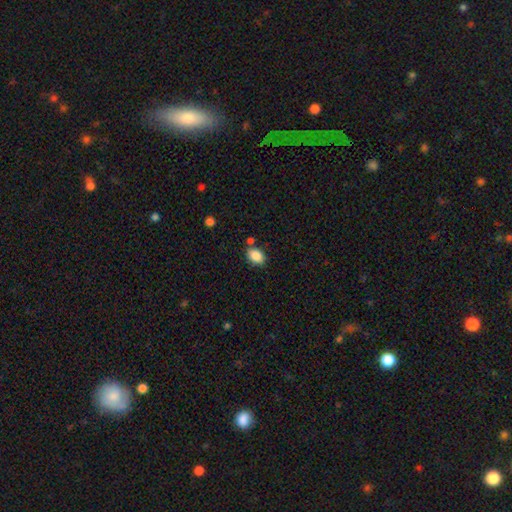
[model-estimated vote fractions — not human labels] smooth_or_featured: smooth (p=0.87) [alt: star or artifact p=0.08]
how_rounded: in between (p=0.77) [alt: round p=0.22]
merging: none (p=0.75) [alt: minor disturbance p=0.13]